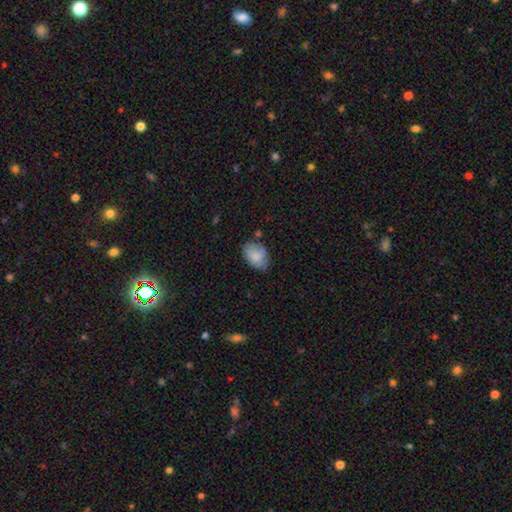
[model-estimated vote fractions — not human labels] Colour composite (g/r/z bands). It shows a smooth galaxy with no disk features (81%) that is in between round and cigar-shaped (83%). Merging: none (69%).